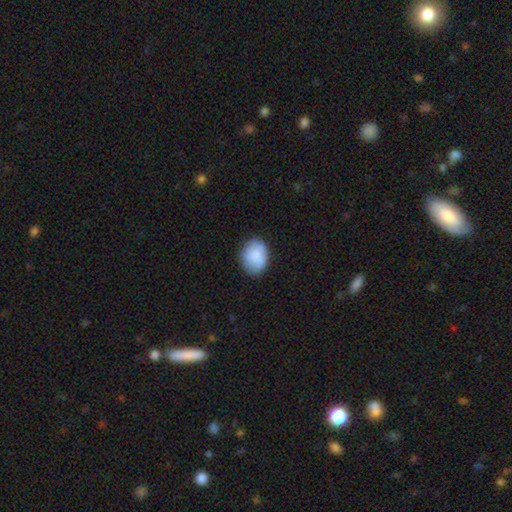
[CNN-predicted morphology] Overall: smooth (86%). How rounded: in between (59%; round 40%). Merging: none (76%).